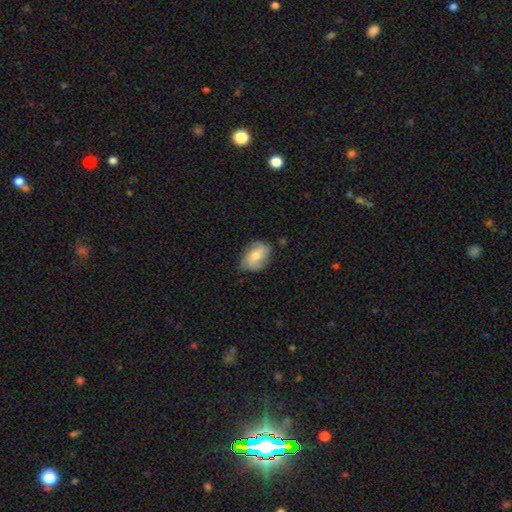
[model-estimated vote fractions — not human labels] This is possibly a smooth galaxy (54%). How rounded: clearly in between (81%). Merging: likely none (69%).